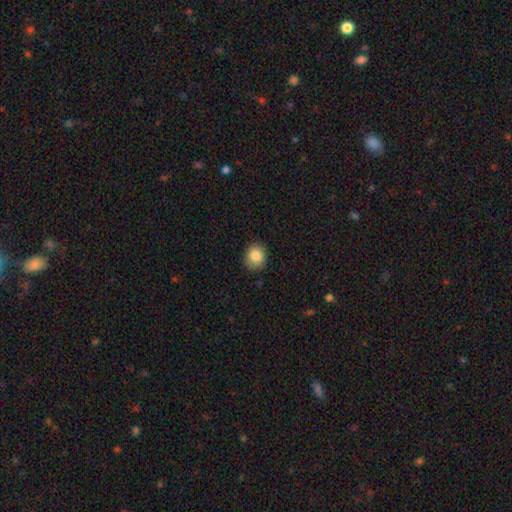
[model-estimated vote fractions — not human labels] smooth 86%, star or artifact 9%, featured or disk 6%. Down the decision tree: how rounded — round (74%); merging — none (86%).